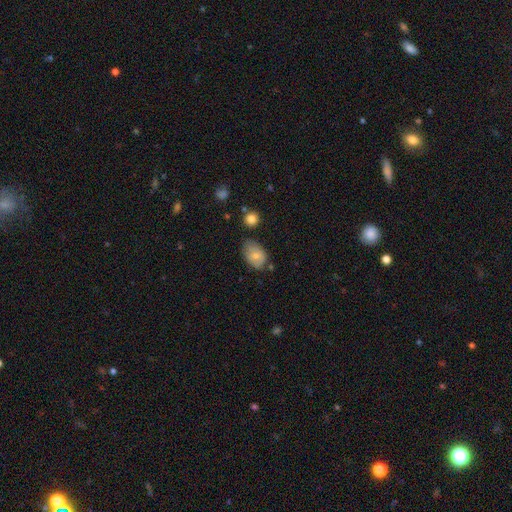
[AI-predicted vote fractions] smooth_or_featured: smooth (p=0.75) [alt: featured or disk p=0.17]
how_rounded: in between (p=0.82) [alt: round p=0.17]
merging: none (p=0.58) [alt: minor disturbance p=0.31]